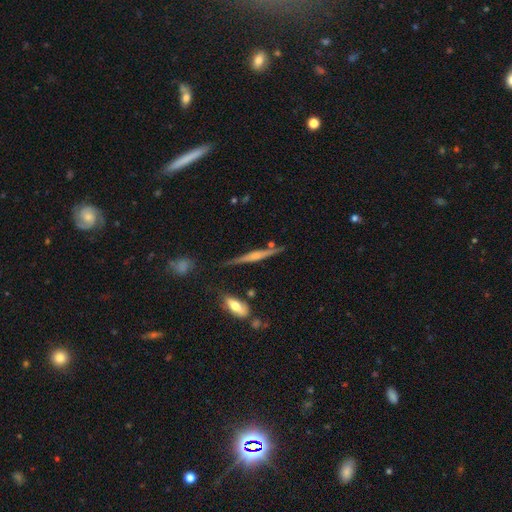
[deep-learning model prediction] The model was most divided on "edge-on bulge": rounded: 65%, boxy: 21%, none: 15%. More confident: edge-on disk — yes (97%); merging — none (79%); smooth or featured — featured or disk (71%).